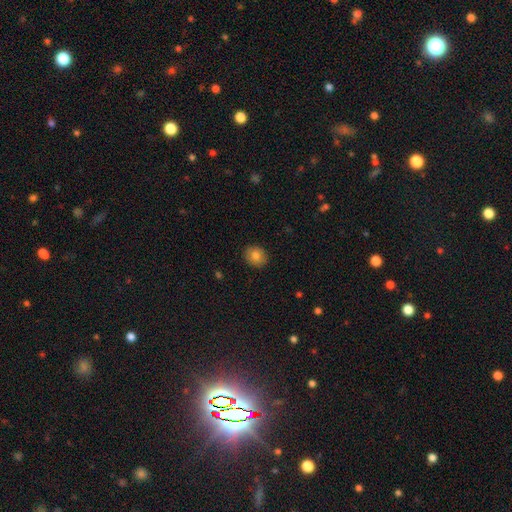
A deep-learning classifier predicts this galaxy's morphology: type=smooth (80%); roundness=round (67%); merging=none (89%).